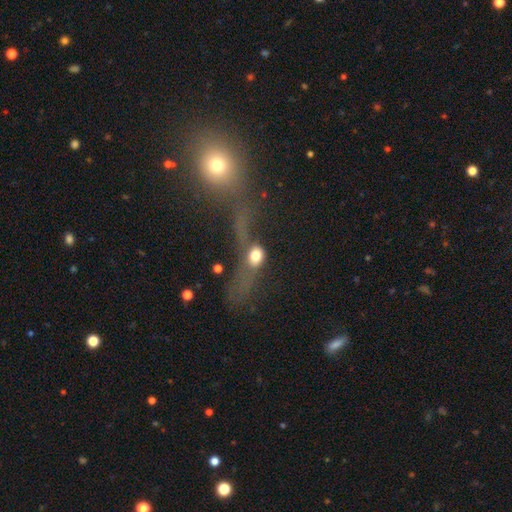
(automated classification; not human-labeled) Smooth or featured? smooth (61%)
How rounded? round (46%)
Merging? major disturbance (46%)